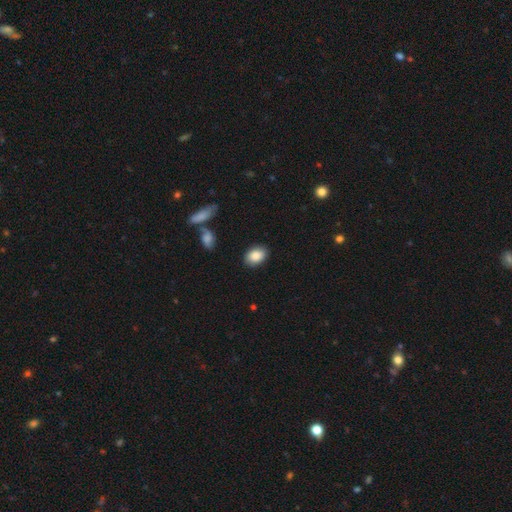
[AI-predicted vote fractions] This appears to be a smooth galaxy with no disk features (86%) that is in between round and cigar-shaped (81%). Merging: none (85%).